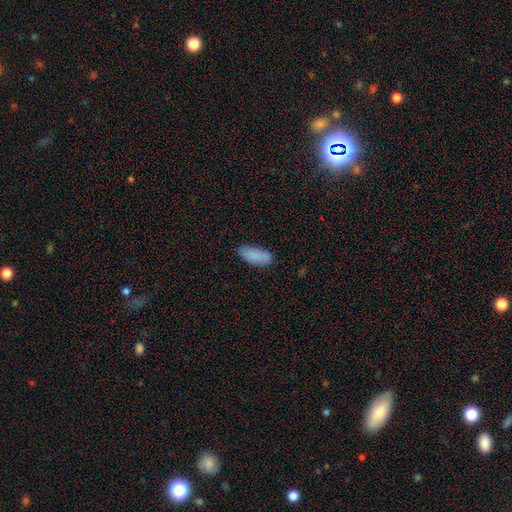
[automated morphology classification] Q: Smooth or featured?
A: smooth (87%); runner-up: star or artifact (7%)
Q: How rounded?
A: in between (83%); runner-up: cigar-shaped (16%)
Q: Merging?
A: none (79%); runner-up: minor disturbance (16%)